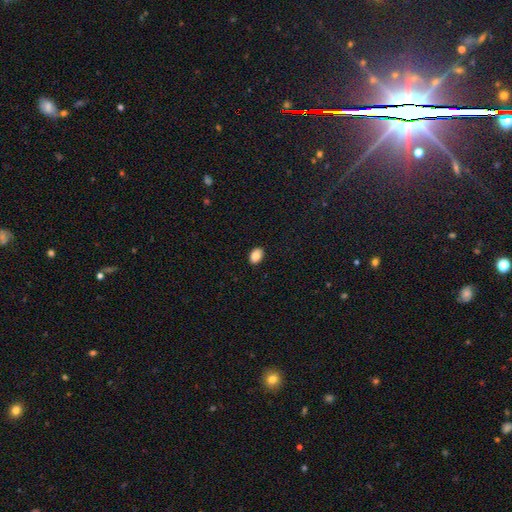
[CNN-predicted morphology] Overall: smooth (88%). How rounded: in between (84%). Merging: none (89%).